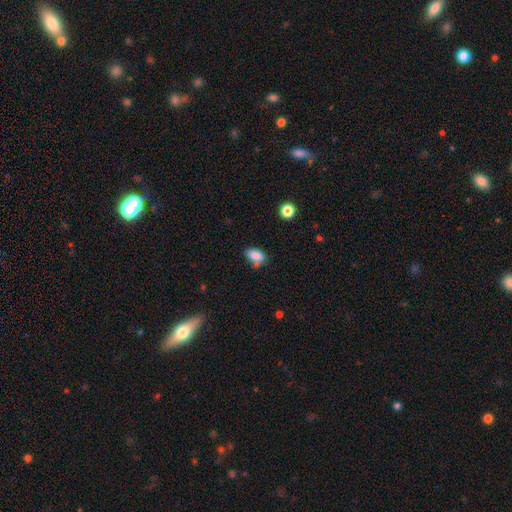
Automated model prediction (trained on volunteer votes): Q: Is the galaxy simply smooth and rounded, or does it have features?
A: smooth — 84%.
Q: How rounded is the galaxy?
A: in between — 90%.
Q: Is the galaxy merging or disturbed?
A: none — 57%.